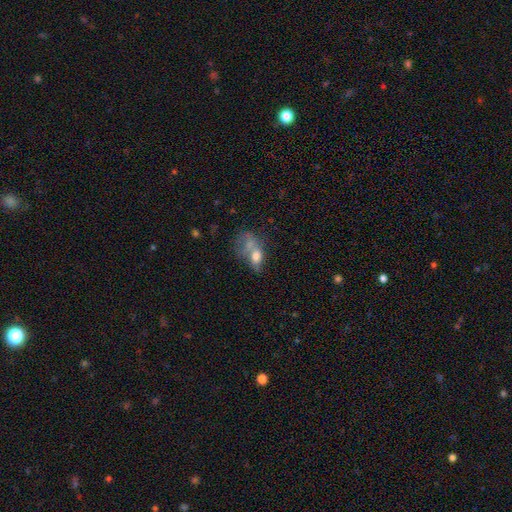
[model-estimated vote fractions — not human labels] A smooth galaxy with no disk features (47%). Merging: major disturbance (32%).